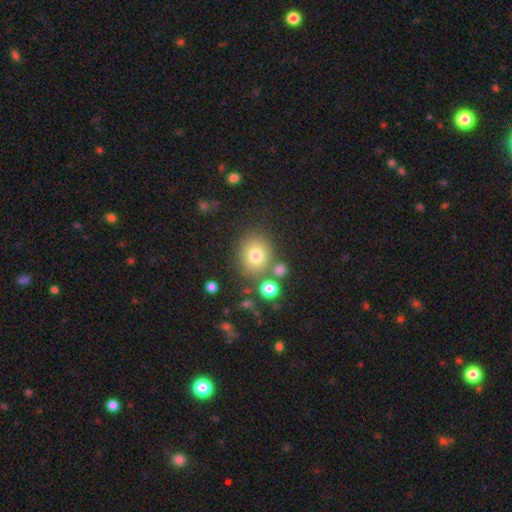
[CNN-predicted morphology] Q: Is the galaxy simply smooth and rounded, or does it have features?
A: smooth — 76%.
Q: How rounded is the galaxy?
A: round — 73%.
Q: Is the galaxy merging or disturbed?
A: none — 73%.